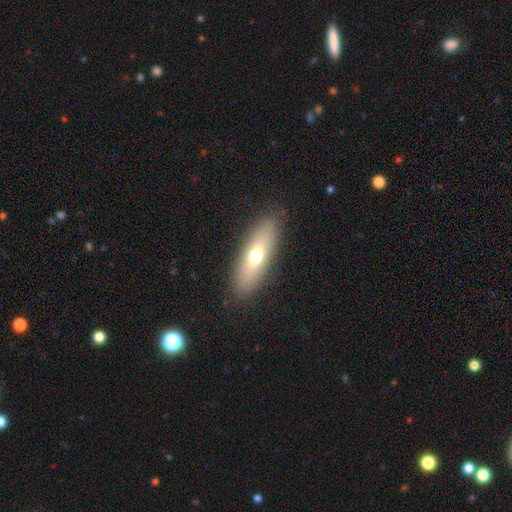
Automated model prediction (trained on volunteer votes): This appears to be a smooth galaxy with no disk features (63%) that is cigar-shaped (49%). Merging: none (88%).